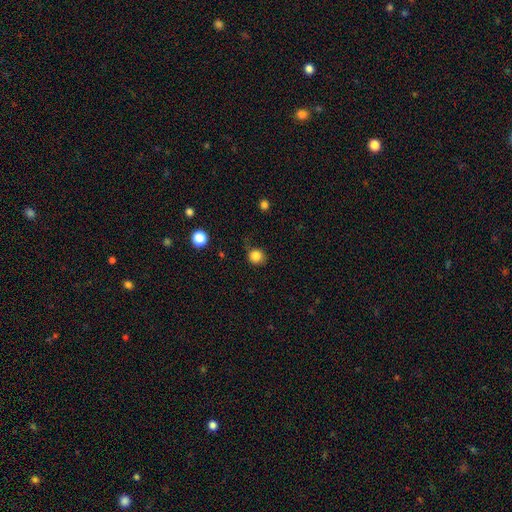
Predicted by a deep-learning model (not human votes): smooth_or_featured: smooth (p=0.83) [alt: star or artifact p=0.11]
how_rounded: round (p=0.86) [alt: in between p=0.13]
merging: none (p=0.70) [alt: minor disturbance p=0.20]